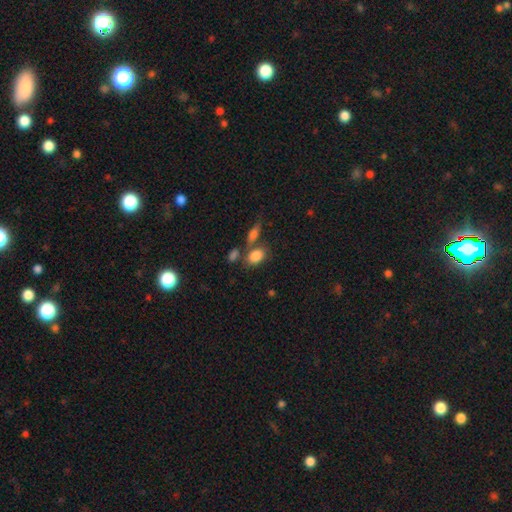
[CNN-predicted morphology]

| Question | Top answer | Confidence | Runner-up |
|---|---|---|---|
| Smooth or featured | smooth | 83% | featured or disk (8%) |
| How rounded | in between | 82% | round (16%) |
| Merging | none | 53% | merger (28%) |